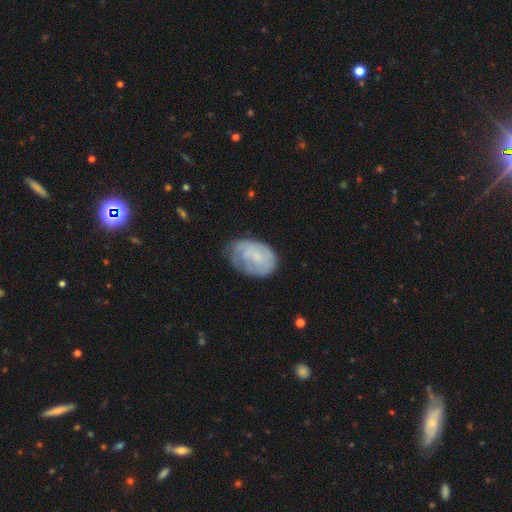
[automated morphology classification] smooth-or-featured: smooth: 48% | featured or disk: 45% | star or artifact: 8%
  merging: none: 51% | minor disturbance: 33% | major disturbance: 15% | merger: 2%